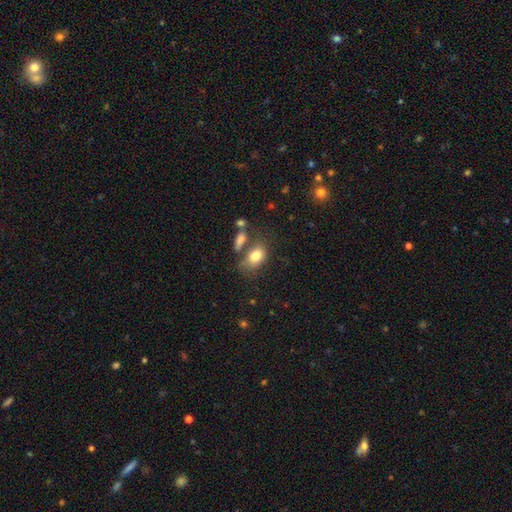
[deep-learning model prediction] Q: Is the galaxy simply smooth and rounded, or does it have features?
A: smooth — 79%.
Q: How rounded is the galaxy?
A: in between — 83%.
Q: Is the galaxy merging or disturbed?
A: none — 46%.